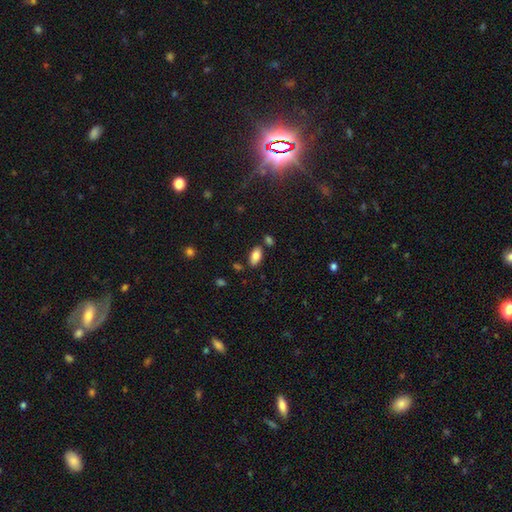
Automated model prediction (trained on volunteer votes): smooth 83%, featured or disk 9%, star or artifact 8%. Down the decision tree: how rounded — in between (93%); merging — none (79%).